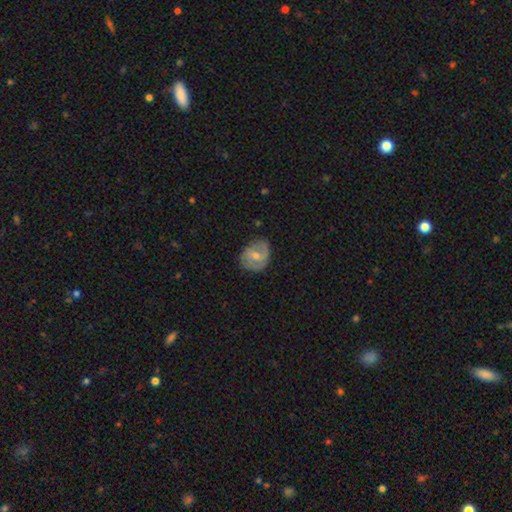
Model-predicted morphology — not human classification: The model was most divided on "smooth or featured": featured or disk: 52%, smooth: 40%, star or artifact: 8%. More confident: edge-on disk — no (95%); merging — none (66%).